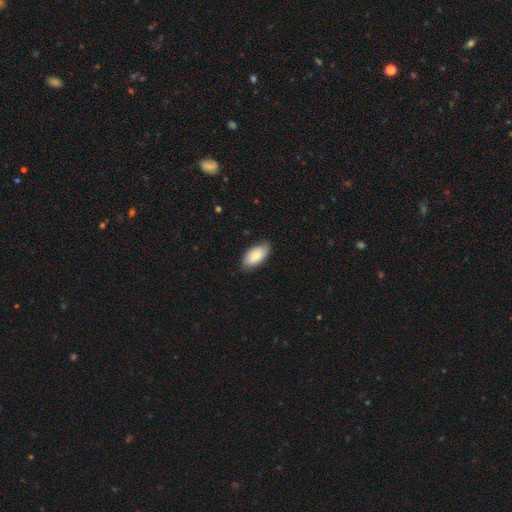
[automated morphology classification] A smooth galaxy with no disk features (73%) that is in between round and cigar-shaped (94%).

Vote fractions:
- Smooth or featured? smooth: 73% / featured or disk: 21% / star or artifact: 6%
- How rounded? in between: 94% / cigar-shaped: 3% / round: 3%
- Merging? none: 79% / minor disturbance: 17% / major disturbance: 3% / merger: 1%